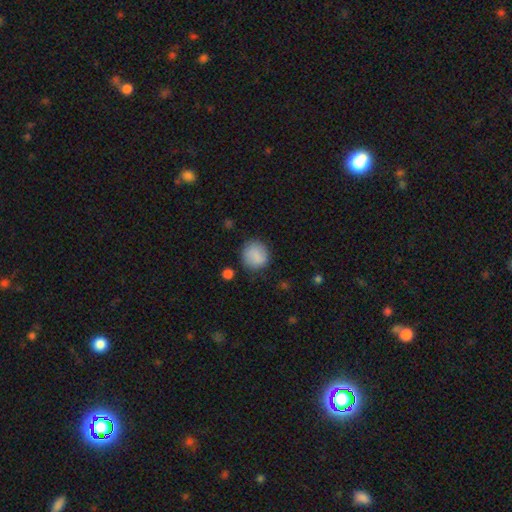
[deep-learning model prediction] smooth-or-featured: smooth: 85% | featured or disk: 7% | star or artifact: 7%
  how-rounded: round: 86% | in between: 13% | cigar-shaped: 1%
  merging: none: 79% | minor disturbance: 14% | major disturbance: 4% | merger: 2%